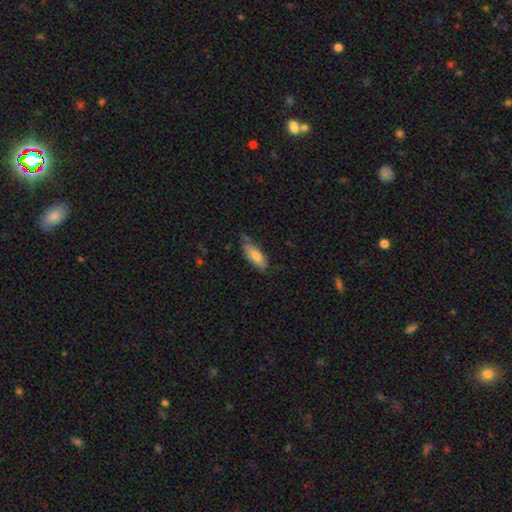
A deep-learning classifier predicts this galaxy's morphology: This appears to be a smooth galaxy with no disk features (75%) that is in between round and cigar-shaped (71%). Merging: none (64%).